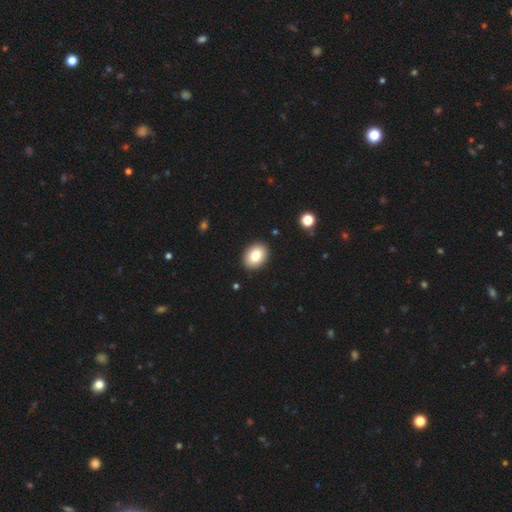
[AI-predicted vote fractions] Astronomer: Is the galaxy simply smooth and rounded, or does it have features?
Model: smooth — 82%.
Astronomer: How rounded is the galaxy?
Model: in between — 72%.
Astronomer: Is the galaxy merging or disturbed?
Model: none — 91%.